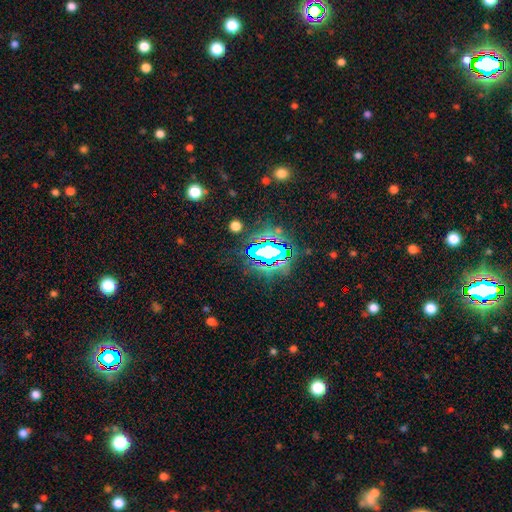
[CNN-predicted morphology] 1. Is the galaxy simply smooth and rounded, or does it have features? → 82% star or artifact, 10% smooth, 8% featured or disk.